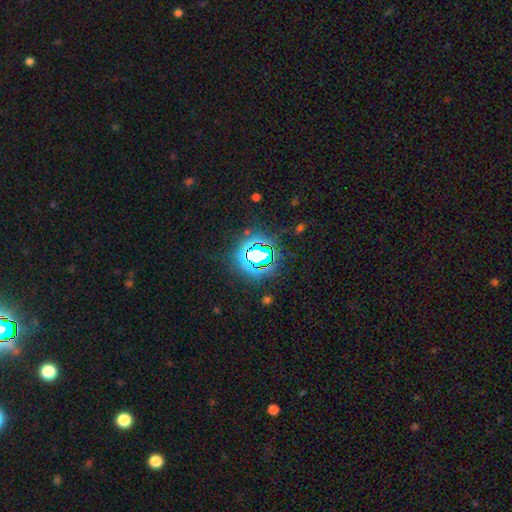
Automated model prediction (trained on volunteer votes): smooth-or-featured: star or artifact: 76% | smooth: 15% | featured or disk: 10%